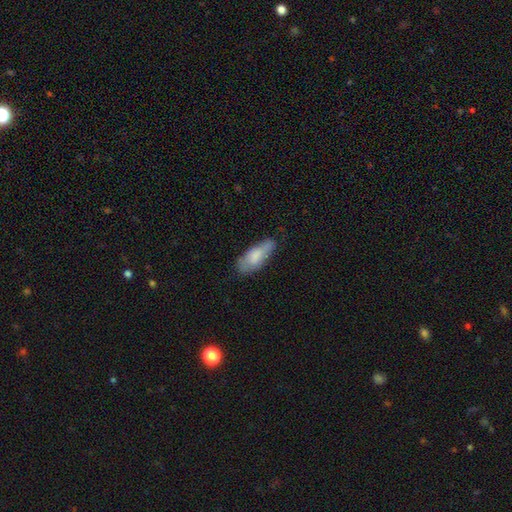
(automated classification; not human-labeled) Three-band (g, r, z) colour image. It shows a smooth galaxy with no disk features (76%) that is in between round and cigar-shaped (74%). Merging: none (65%).